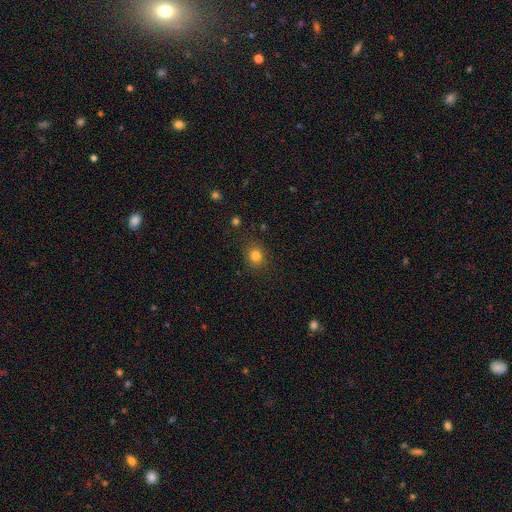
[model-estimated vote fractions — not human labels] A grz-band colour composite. It shows a smooth galaxy with no disk features (82%) that is round (78%). Merging: none (87%).